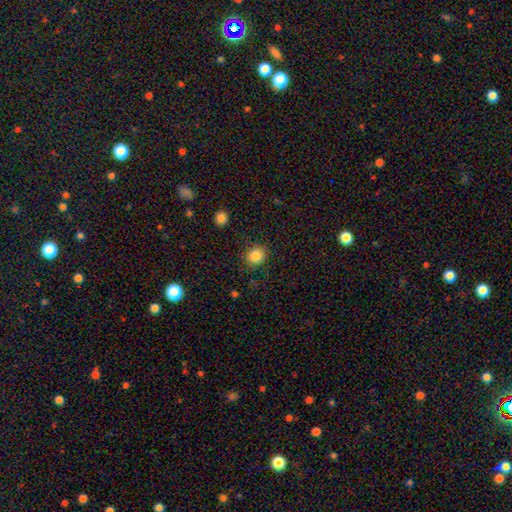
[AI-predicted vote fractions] The model was most divided on "how rounded": round: 78%, in between: 21%, cigar-shaped: 1%. More confident: merging — none (85%); smooth or featured — smooth (85%).